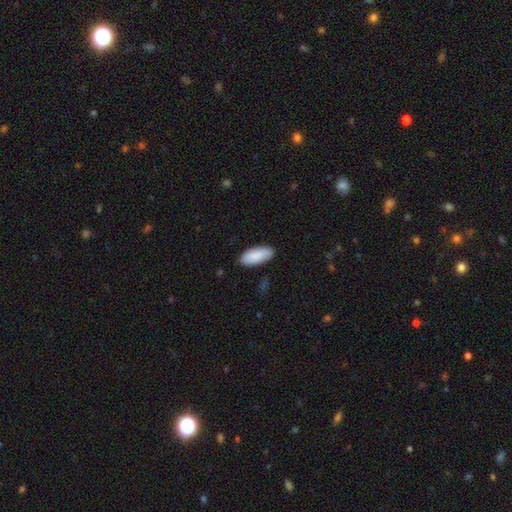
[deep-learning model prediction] Overall: smooth (88%). How rounded: in between (87%). Merging: none (86%).